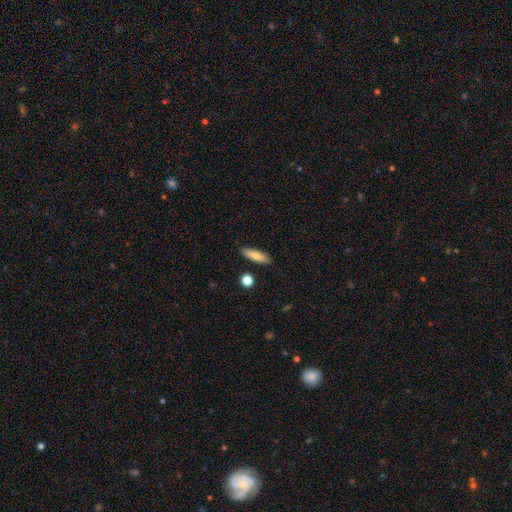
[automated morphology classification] Smooth or featured: smooth — 75% (featured or disk — 18%)
How rounded: cigar-shaped — 64% (in between — 33%)
Merging: none — 86% (minor disturbance — 9%)